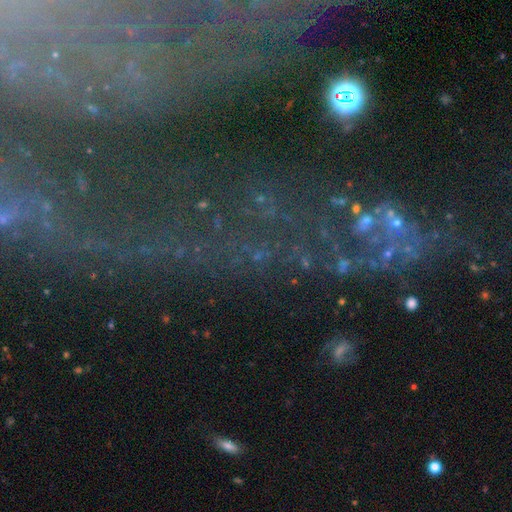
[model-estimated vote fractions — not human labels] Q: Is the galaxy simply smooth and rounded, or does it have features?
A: star or artifact — 57%.